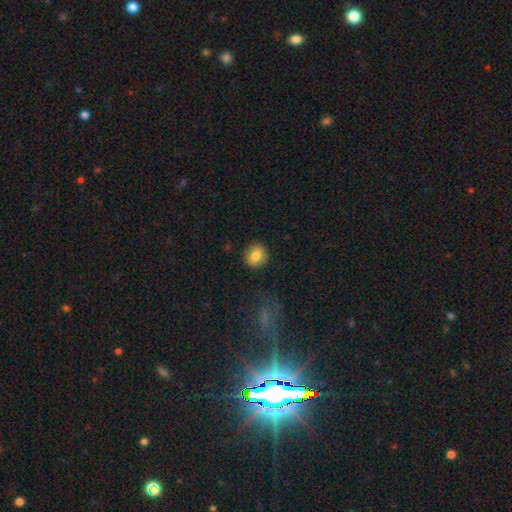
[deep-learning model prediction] The model was most divided on "how rounded": round: 85%, in between: 14%, cigar-shaped: 1%. More confident: merging — none (89%); smooth or featured — smooth (82%).